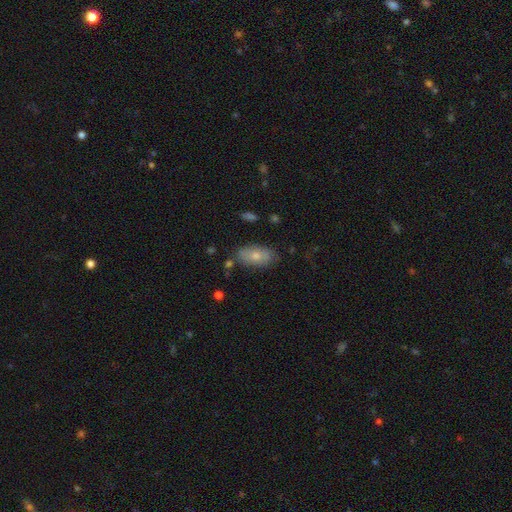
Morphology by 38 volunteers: smooth-or-featured: smooth: 74% | featured or disk: 24% | star or artifact: 3%
  how-rounded: in between: 96% | round: 4% | cigar-shaped: 0%
  merging: none: 84% | minor disturbance: 11% | major disturbance: 3% | merger: 3%